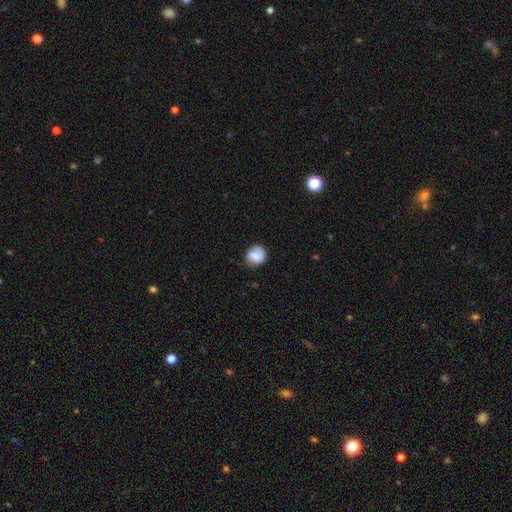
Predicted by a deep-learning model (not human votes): This appears to be a smooth galaxy with no disk features (62%) that is round (73%). Merging: none (64%).